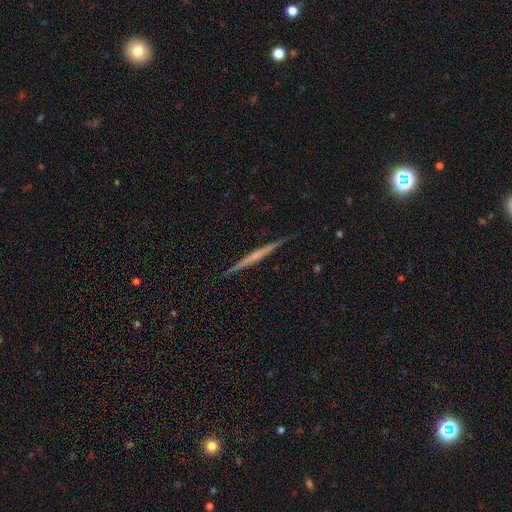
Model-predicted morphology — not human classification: A featured or disk galaxy (63%) viewed edge-on (98%) with no central bulge (77%).

Vote fractions:
- Smooth or featured? featured or disk: 63% / smooth: 31% / star or artifact: 6%
- Edge-on disk? yes: 98% / no: 2%
- Edge-on bulge? none: 77% / rounded: 15% / boxy: 8%
- Merging? none: 91% / minor disturbance: 6% / major disturbance: 1% / merger: 1%